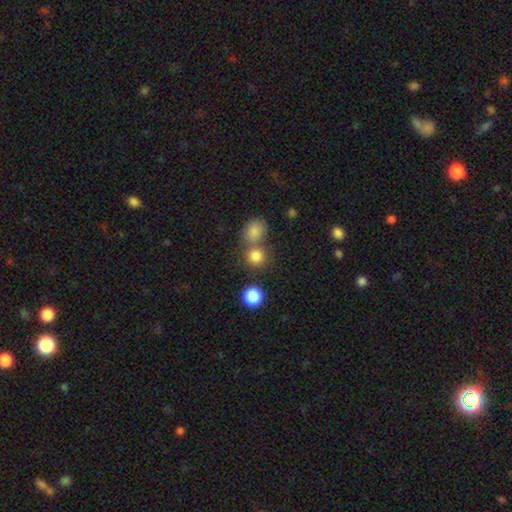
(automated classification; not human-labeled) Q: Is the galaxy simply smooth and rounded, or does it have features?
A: smooth — 81%.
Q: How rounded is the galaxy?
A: round — 85%.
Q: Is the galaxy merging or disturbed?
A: none — 56%.